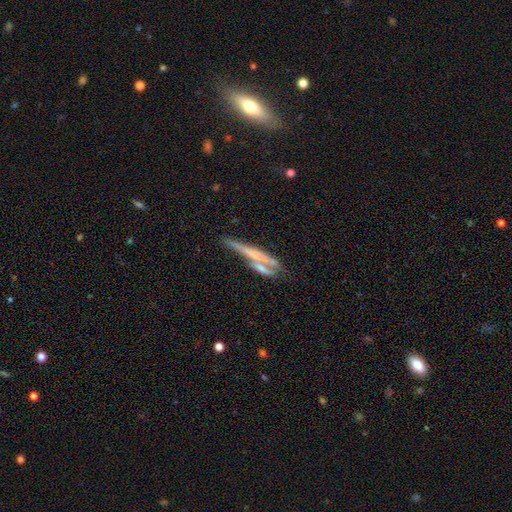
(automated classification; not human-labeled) Q: Smooth or featured?
A: featured or disk (53%); runner-up: smooth (37%)
Q: Edge-on disk?
A: yes (80%); runner-up: no (20%)
Q: Merging?
A: none (38%); runner-up: merger (37%)